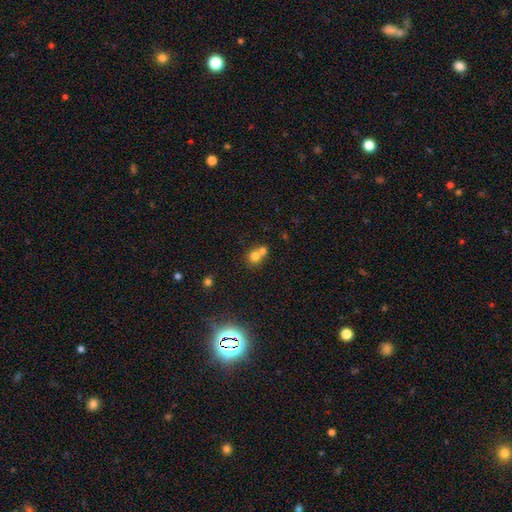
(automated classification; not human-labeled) Smooth or featured? Predicted: smooth (p=0.74). How rounded? Predicted: round (p=0.82). Merging? Predicted: merger (p=0.56).